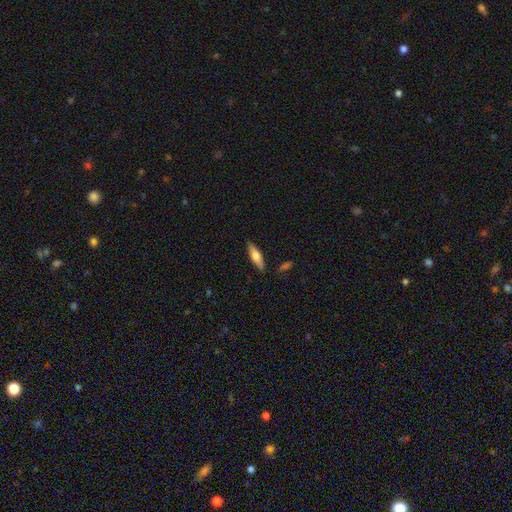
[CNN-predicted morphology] Smooth or featured?
  - smooth: 59% *
  - featured or disk: 35%
  - star or artifact: 6%
How rounded?
  - cigar-shaped: 59% *
  - in between: 39%
  - round: 2%
Merging?
  - none: 86% *
  - minor disturbance: 10%
  - merger: 2%
  - major disturbance: 2%